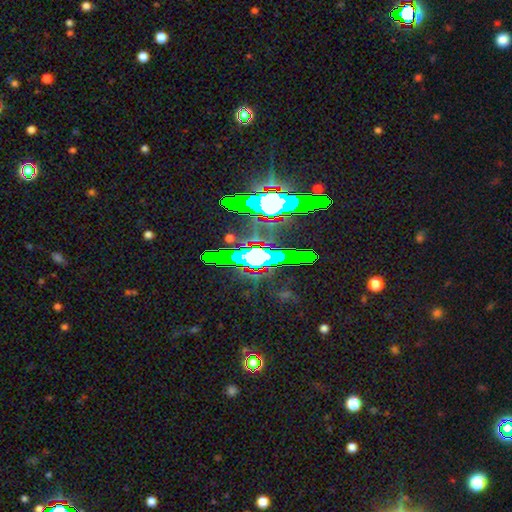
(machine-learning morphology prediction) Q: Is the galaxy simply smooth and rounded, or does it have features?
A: star or artifact — 63%.